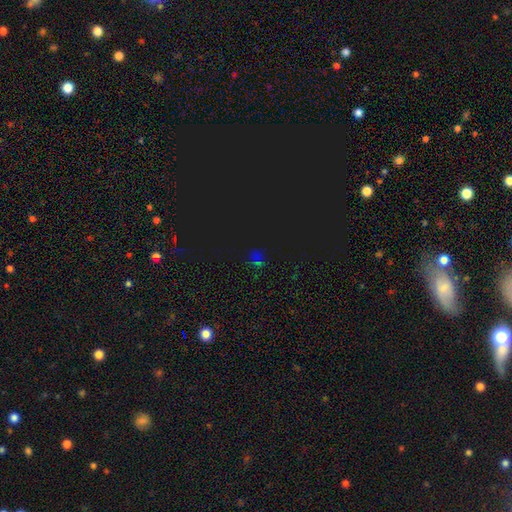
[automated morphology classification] Q: Smooth or featured?
A: star or artifact (72%); runner-up: smooth (20%)